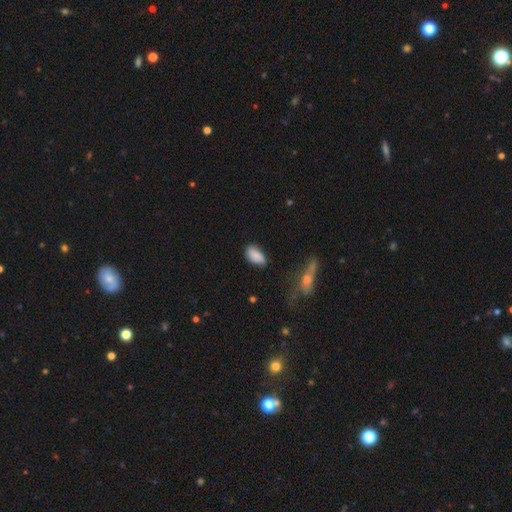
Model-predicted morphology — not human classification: The model was most divided on "merging": none: 72%, minor disturbance: 21%, major disturbance: 4%, merger: 3%. More confident: how rounded — in between (92%); smooth or featured — smooth (83%).